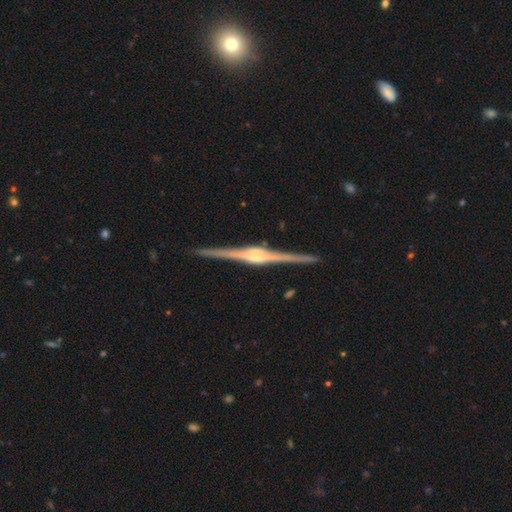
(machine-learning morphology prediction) featured or disk 91%, smooth 5%, star or artifact 4%. Down the decision tree: edge-on disk — yes (99%); edge-on bulge — rounded (56%); merging — none (92%).